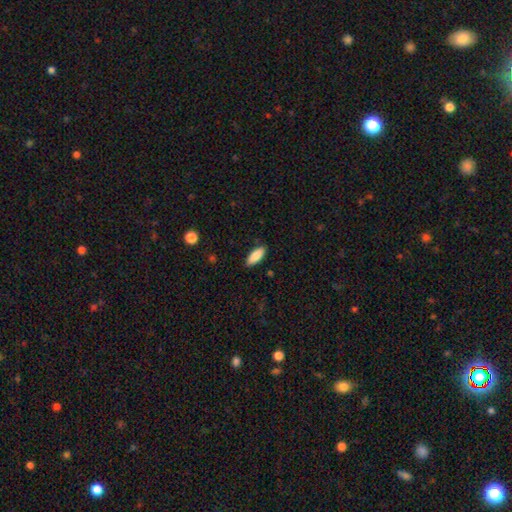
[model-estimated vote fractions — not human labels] This is clearly a smooth galaxy (86%). How rounded: likely in between (77%). Merging: clearly none (88%).